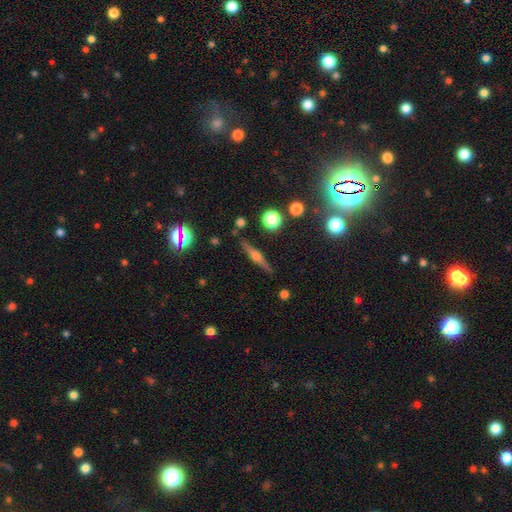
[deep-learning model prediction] The model was most divided on "smooth or featured": featured or disk: 68%, smooth: 22%, star or artifact: 9%. More confident: edge-on disk — yes (97%); merging — none (87%); edge-on bulge — rounded (83%).